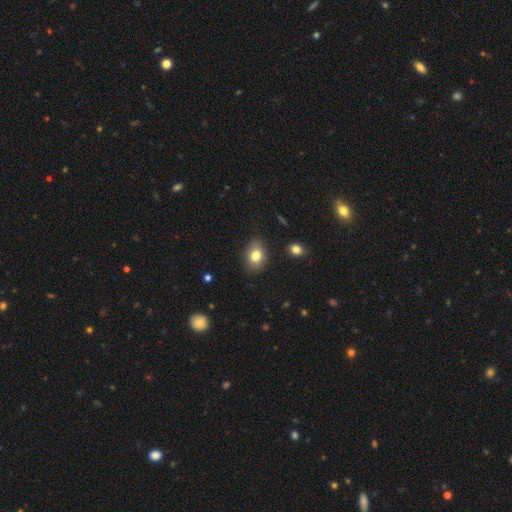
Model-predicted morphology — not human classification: This appears to be a smooth galaxy with no disk features (79%) that is in between round and cigar-shaped (67%). Merging: none (81%).